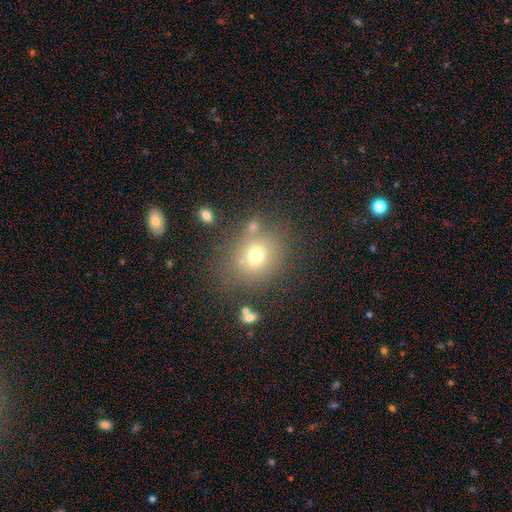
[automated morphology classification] type=smooth (69%); roundness=round (68%); merging=none (73%).